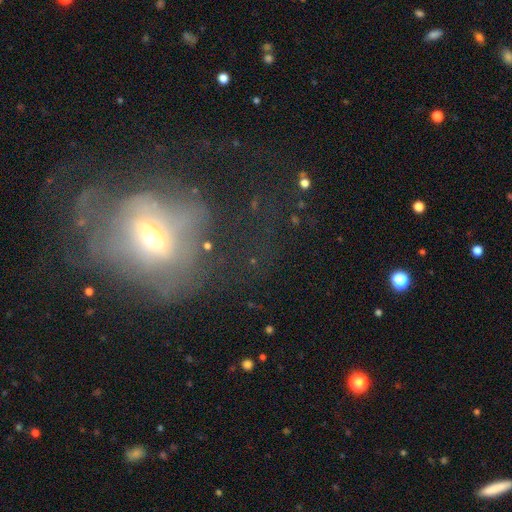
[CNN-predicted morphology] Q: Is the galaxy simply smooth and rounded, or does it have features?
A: featured or disk — 45%.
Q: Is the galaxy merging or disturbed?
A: major disturbance — 43%.